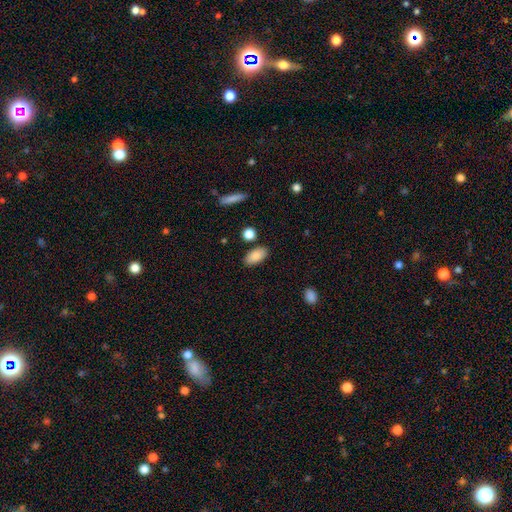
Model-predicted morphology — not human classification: Smooth or featured?
  - smooth: 87% *
  - star or artifact: 7%
  - featured or disk: 6%
How rounded?
  - in between: 92% *
  - cigar-shaped: 4%
  - round: 4%
Merging?
  - none: 85% *
  - minor disturbance: 9%
  - merger: 4%
  - major disturbance: 2%